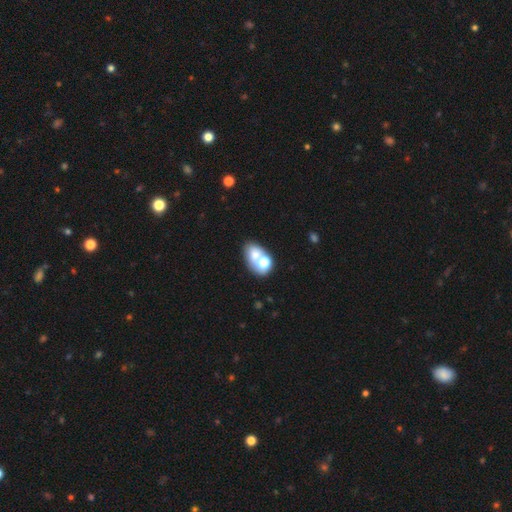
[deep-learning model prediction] A smooth galaxy with no disk features (64%) that is in between round and cigar-shaped (72%).

Vote fractions:
- Smooth or featured? smooth: 64% / featured or disk: 23% / star or artifact: 13%
- How rounded? in between: 72% / round: 27% / cigar-shaped: 1%
- Merging? merger: 47% / none: 35% / minor disturbance: 11% / major disturbance: 7%